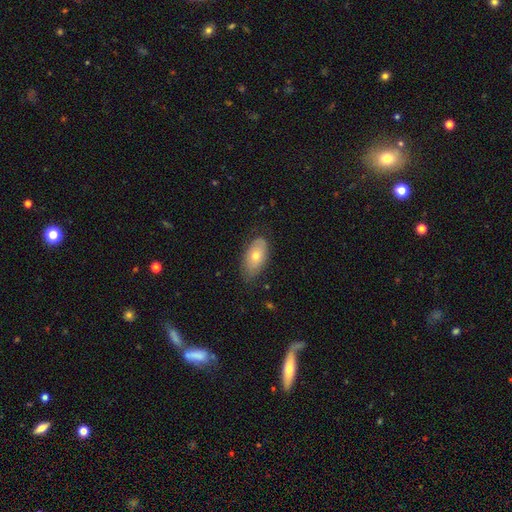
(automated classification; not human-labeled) Q: Smooth or featured?
A: smooth (65%); runner-up: featured or disk (29%)
Q: How rounded?
A: in between (92%); runner-up: round (4%)
Q: Merging?
A: none (74%); runner-up: minor disturbance (21%)